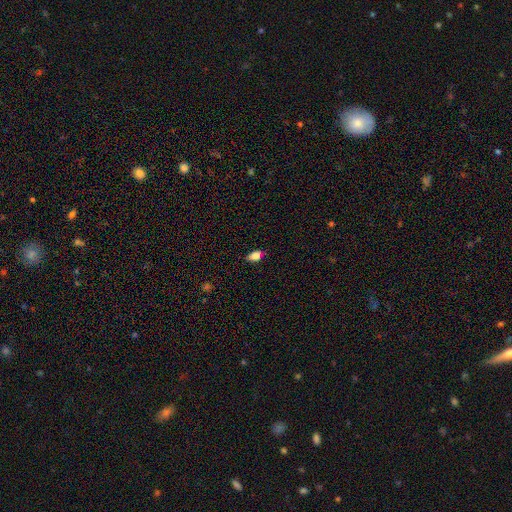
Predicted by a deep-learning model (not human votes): A smooth galaxy with no disk features (78%) that is in between round and cigar-shaped (85%).

Vote fractions:
- Smooth or featured? smooth: 78% / featured or disk: 11% / star or artifact: 11%
- How rounded? in between: 85% / round: 8% / cigar-shaped: 7%
- Merging? none: 79% / minor disturbance: 16% / major disturbance: 3% / merger: 2%